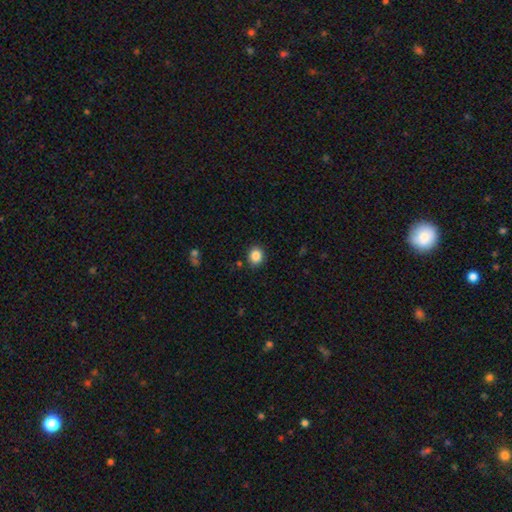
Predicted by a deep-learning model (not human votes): Smooth or featured?
  - smooth: 86% *
  - star or artifact: 10%
  - featured or disk: 4%
How rounded?
  - round: 74% *
  - in between: 25%
  - cigar-shaped: 1%
Merging?
  - none: 88% *
  - minor disturbance: 8%
  - major disturbance: 2%
  - merger: 2%